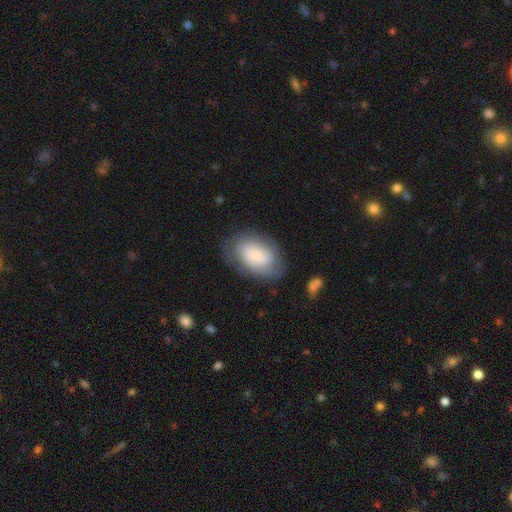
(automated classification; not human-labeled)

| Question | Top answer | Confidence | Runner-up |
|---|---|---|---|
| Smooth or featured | smooth | 56% | featured or disk (36%) |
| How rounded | in between | 89% | round (10%) |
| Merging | none | 70% | minor disturbance (20%) |